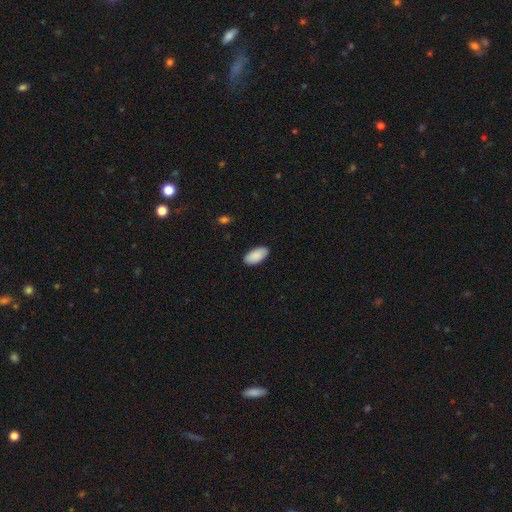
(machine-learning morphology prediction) A smooth galaxy with no disk features (91%) that is in between round and cigar-shaped (95%). Merging: none (88%).